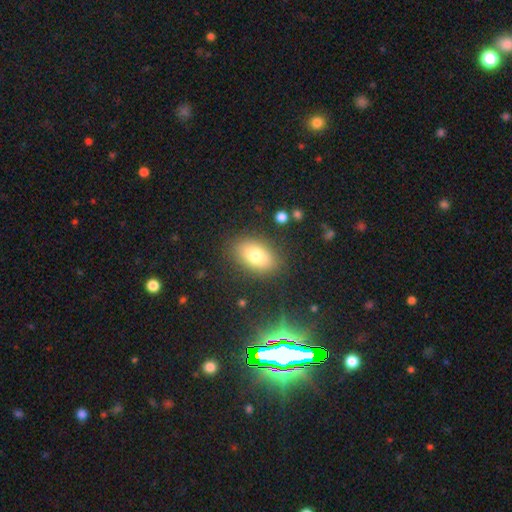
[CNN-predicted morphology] Smooth or featured?
  - smooth: 77% *
  - featured or disk: 13%
  - star or artifact: 10%
How rounded?
  - in between: 87% *
  - round: 12%
  - cigar-shaped: 2%
Merging?
  - none: 84% *
  - minor disturbance: 10%
  - major disturbance: 4%
  - merger: 2%